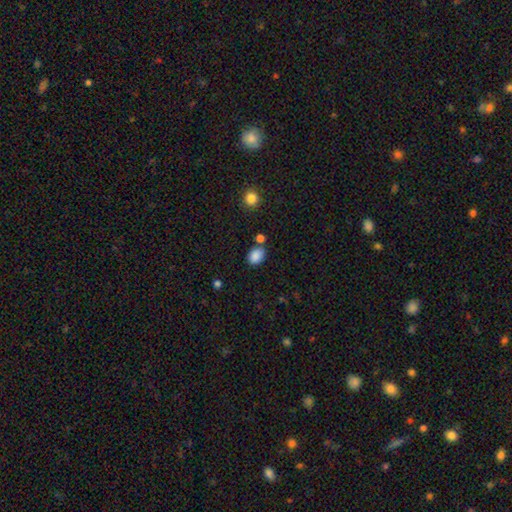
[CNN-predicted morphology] smooth 87%, star or artifact 9%, featured or disk 4%. Down the decision tree: how rounded — in between (72%); merging — none (70%).